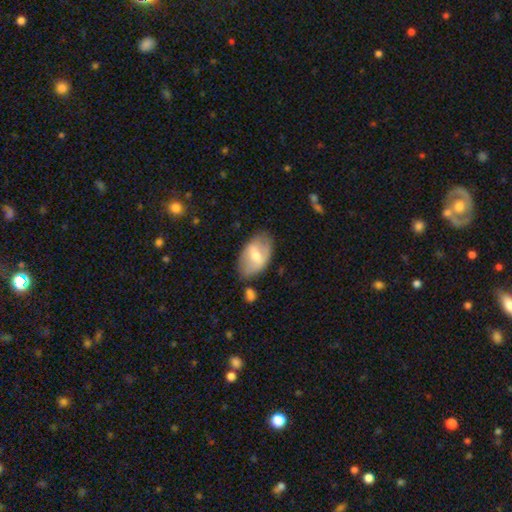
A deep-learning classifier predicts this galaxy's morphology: The model was most divided on "smooth or featured" (2-way tie): featured or disk: 47%, smooth: 47%, star or artifact: 6%. More confident: merging — none (72%).